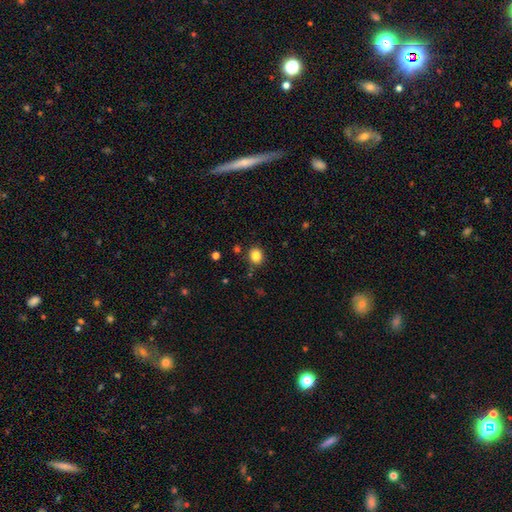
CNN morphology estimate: smooth-or-featured: smooth: 84% | star or artifact: 11% | featured or disk: 5%
  how-rounded: round: 71% | in between: 28% | cigar-shaped: 1%
  merging: none: 83% | minor disturbance: 10% | merger: 3% | major disturbance: 3%